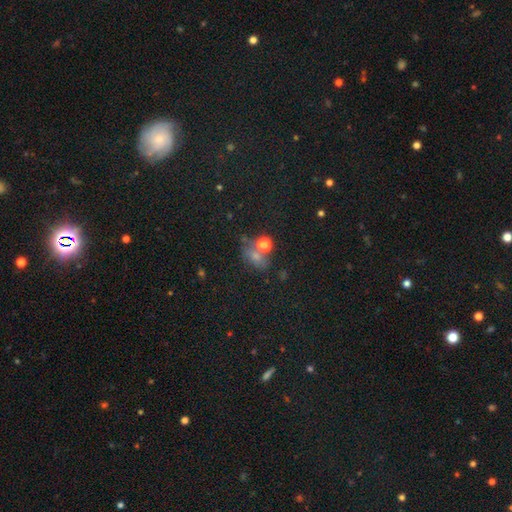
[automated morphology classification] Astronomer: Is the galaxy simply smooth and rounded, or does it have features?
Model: smooth — 46% (runner-up: star or artifact, 40%).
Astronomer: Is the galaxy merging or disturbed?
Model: none — 57%.